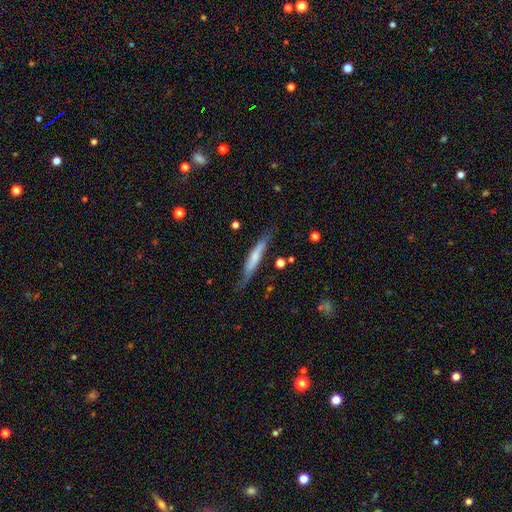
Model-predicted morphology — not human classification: Smooth or featured: featured or disk — 48% (smooth — 46%)
Merging: none — 72% (minor disturbance — 21%)